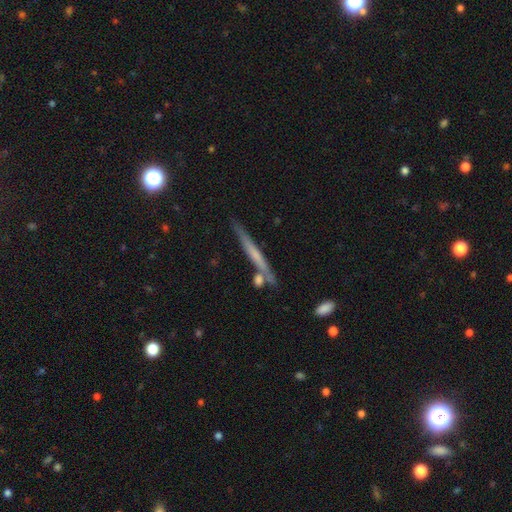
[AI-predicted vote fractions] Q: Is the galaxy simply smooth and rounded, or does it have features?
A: featured or disk — 53%.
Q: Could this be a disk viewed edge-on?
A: yes — 95%.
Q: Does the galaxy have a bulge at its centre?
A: none — 73%.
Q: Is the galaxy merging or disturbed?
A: none — 79%.